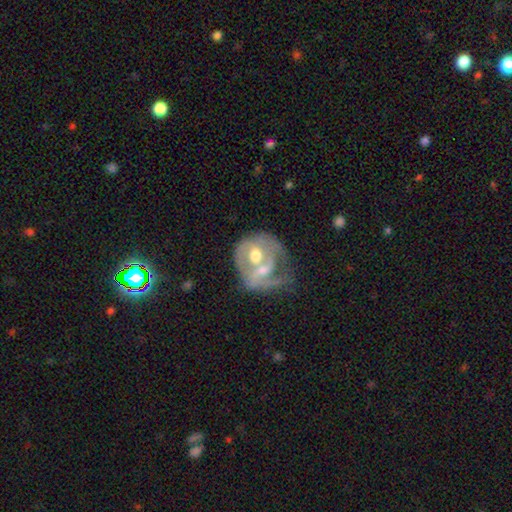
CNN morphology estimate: featured or disk 63%, smooth 31%, star or artifact 6%. Down the decision tree: edge-on disk — no (96%); bar — no (63%); spiral arms — yes (52%); bulge size — moderate (71%); merging — merger (64%).